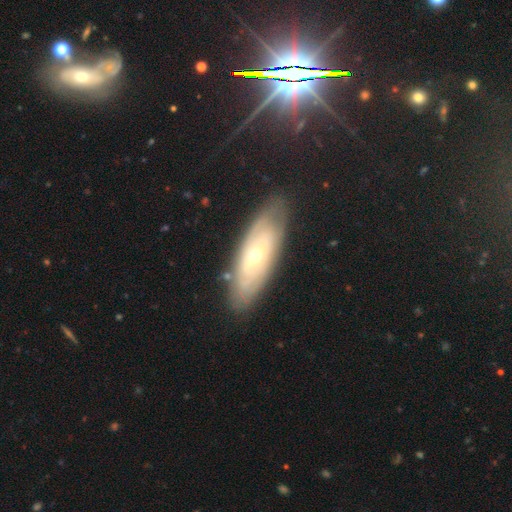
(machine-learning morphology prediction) smooth-or-featured: featured or disk: 65% | smooth: 28% | star or artifact: 7%
  disk-edge-on: no: 80% | yes: 20%
    bar: no: 76% | weak: 19% | strong: 5%
    has-spiral-arms: yes: 61% | no: 39%
    bulge-size: small: 60% | moderate: 37% | large: 2% | none: 1% | dominant: 1%
  merging: none: 80% | minor disturbance: 15% | major disturbance: 4% | merger: 2%